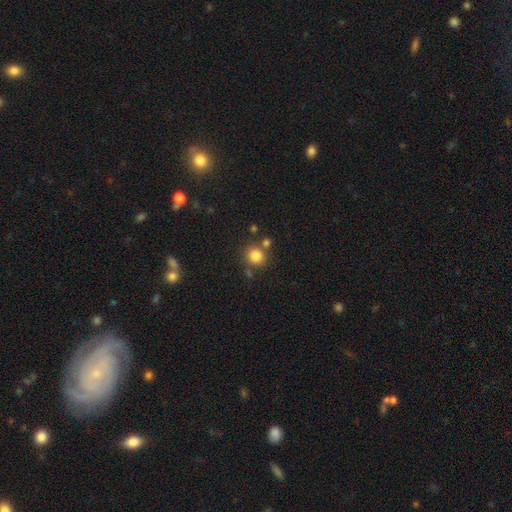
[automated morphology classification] This is clearly a smooth galaxy (82%). How rounded: clearly round (91%). Merging: likely none (74%).